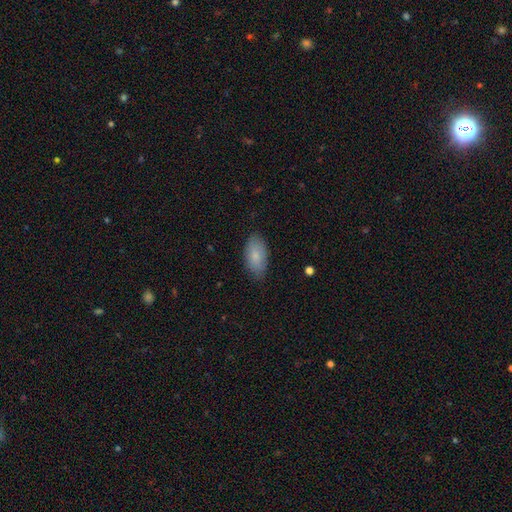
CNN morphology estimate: The model was most divided on "merging": none: 82%, minor disturbance: 14%, major disturbance: 3%, merger: 1%. More confident: how rounded — in between (93%); smooth or featured — smooth (82%).